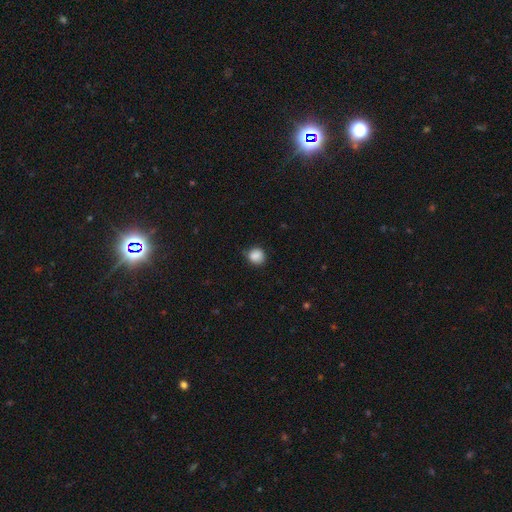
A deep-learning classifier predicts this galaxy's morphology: Smooth or featured? Predicted: smooth (p=0.87). How rounded? Predicted: round (p=0.85). Merging? Predicted: none (p=0.75).